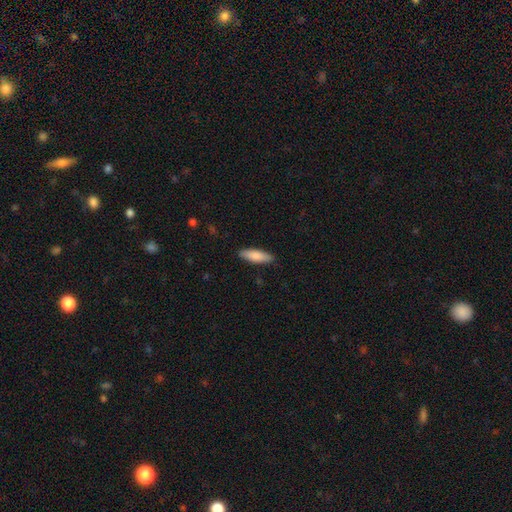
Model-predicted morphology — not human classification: This appears to be a smooth galaxy with no disk features (85%) that is in between round and cigar-shaped (50%). Merging: none (88%).